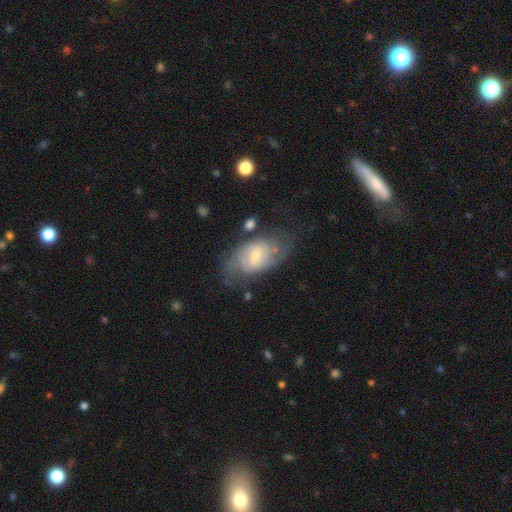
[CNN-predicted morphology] This is likely a featured or disk galaxy (74%). It is clearly not viewed edge-on (95%). Bar: possibly weak (58%). Spiral arm pattern: clearly yes (88%). Spiral arm count: likely 2 (63%). Spiral winding: marginally medium (44%). Central bulge: possibly small (57%). Merging: likely none (62%).